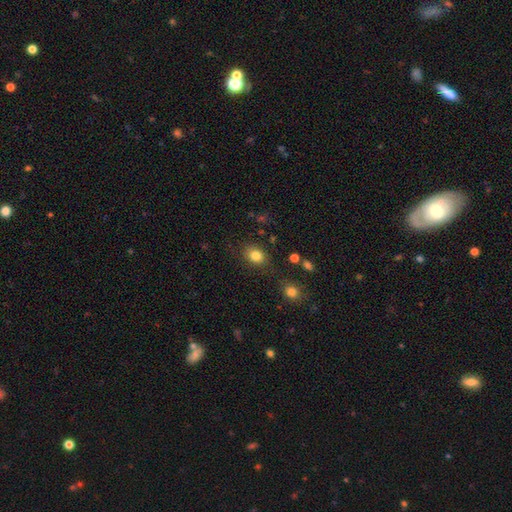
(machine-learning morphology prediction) smooth_or_featured: smooth (p=0.82) [alt: star or artifact p=0.11]
how_rounded: in between (p=0.58) [alt: round p=0.40]
merging: none (p=0.77) [alt: minor disturbance p=0.15]